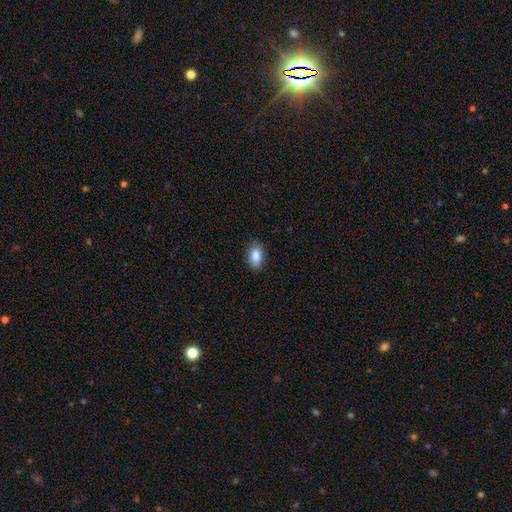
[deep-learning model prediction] Smooth or featured? Predicted: smooth (p=0.86). How rounded? Predicted: in between (p=0.89). Merging? Predicted: none (p=0.84).